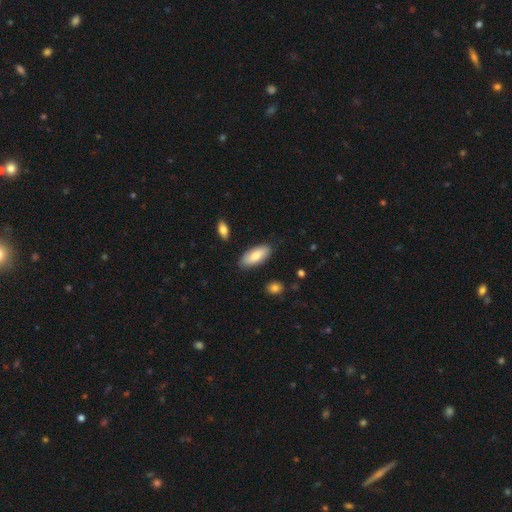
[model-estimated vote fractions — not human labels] Overall: smooth (78%). How rounded: in between (84%). Merging: none (85%).